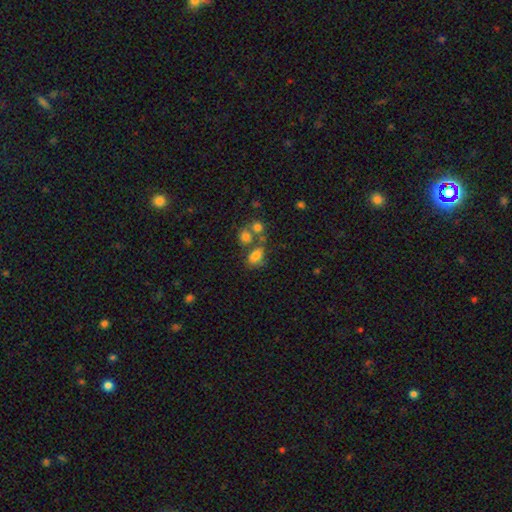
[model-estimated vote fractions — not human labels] A smooth galaxy with no disk features (75%) that is in between round and cigar-shaped (82%).

Vote fractions:
- Smooth or featured? smooth: 75% / star or artifact: 13% / featured or disk: 12%
- How rounded? in between: 82% / round: 16% / cigar-shaped: 2%
- Merging? none: 46% / merger: 30% / minor disturbance: 16% / major disturbance: 8%